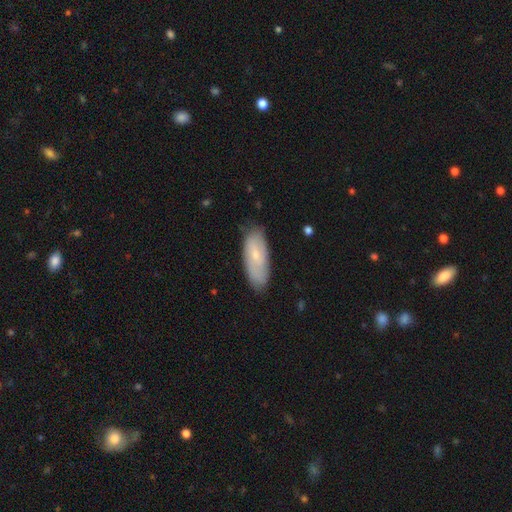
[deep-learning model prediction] Smooth or featured?
  - smooth: 60% *
  - featured or disk: 33%
  - star or artifact: 7%
How rounded?
  - in between: 76% *
  - cigar-shaped: 22%
  - round: 2%
Merging?
  - none: 76% *
  - minor disturbance: 19%
  - major disturbance: 4%
  - merger: 1%